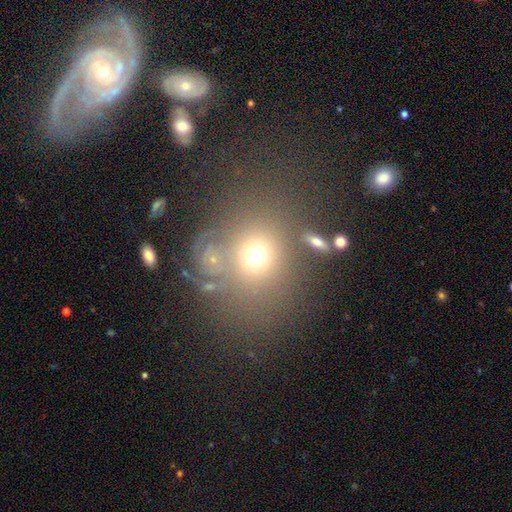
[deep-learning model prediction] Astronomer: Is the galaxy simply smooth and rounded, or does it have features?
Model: smooth — 66%.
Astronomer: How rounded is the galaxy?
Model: round — 65%.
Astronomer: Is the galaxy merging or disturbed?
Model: none — 61%.